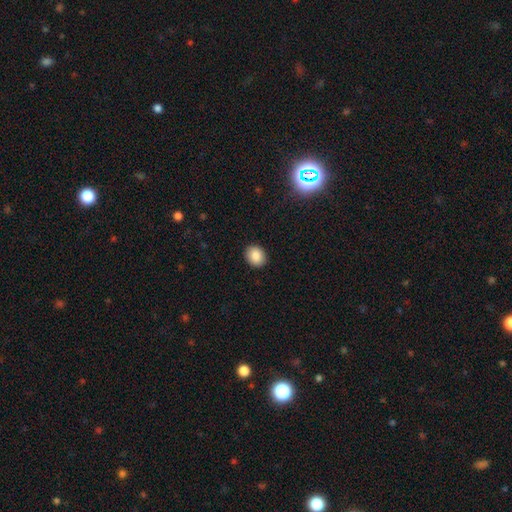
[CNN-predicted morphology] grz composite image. It shows a smooth galaxy with no disk features (86%) that is round (58%). Merging: none (91%).